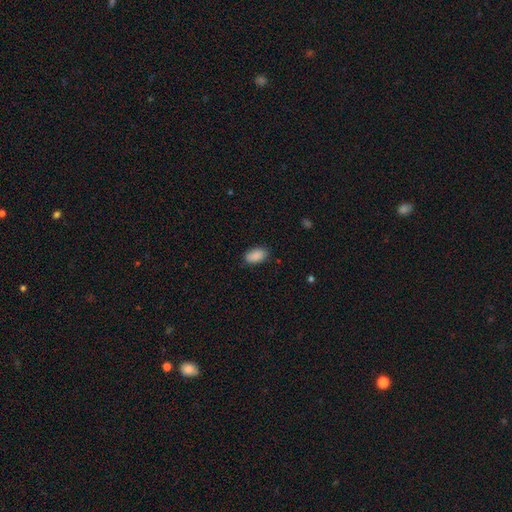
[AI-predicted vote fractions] smooth 89%, star or artifact 7%, featured or disk 4%. Down the decision tree: how rounded — in between (93%); merging — none (85%).